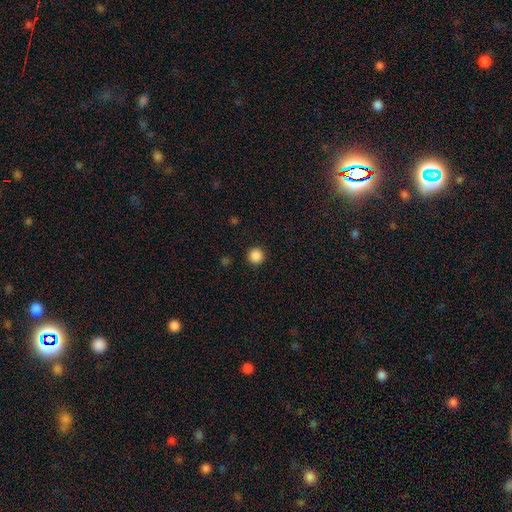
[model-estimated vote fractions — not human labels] Smooth or featured? smooth (87%)
How rounded? round (96%)
Merging? none (92%)